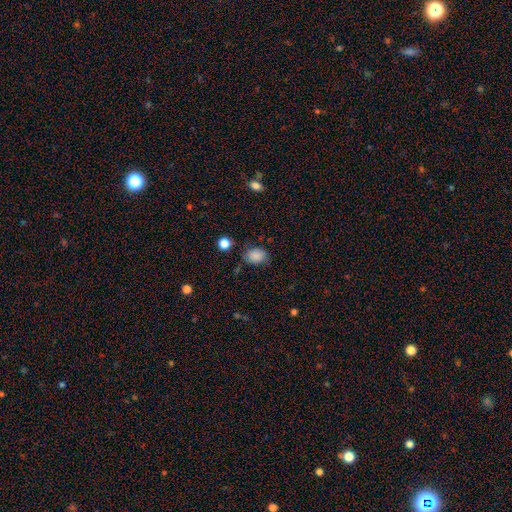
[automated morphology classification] This is clearly a smooth galaxy (85%). How rounded: possibly in between (59%). Merging: likely none (69%).